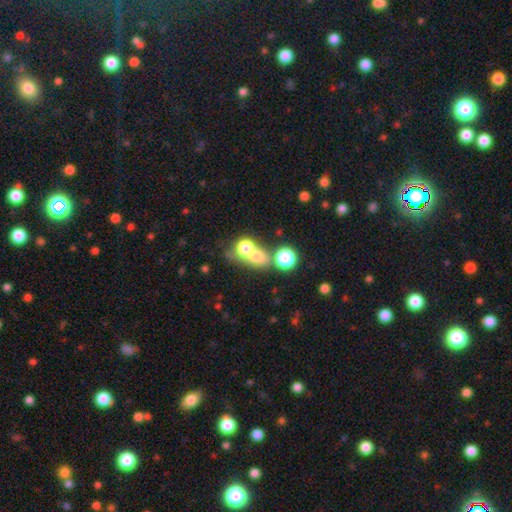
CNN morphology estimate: Smooth or featured? smooth (63%)
How rounded? round (68%)
Merging? merger (45%)